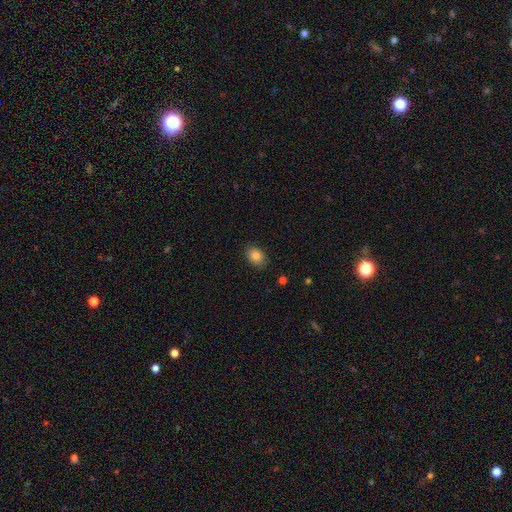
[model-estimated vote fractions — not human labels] Morphology: type=smooth (83%); roundness=in between (65%); merging=none (86%).